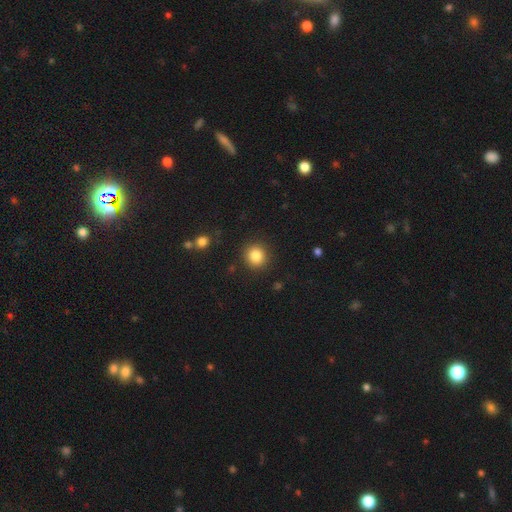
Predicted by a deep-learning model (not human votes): The model was most divided on "smooth or featured": smooth: 84%, star or artifact: 10%, featured or disk: 5%. More confident: how rounded — round (90%); merging — none (89%).